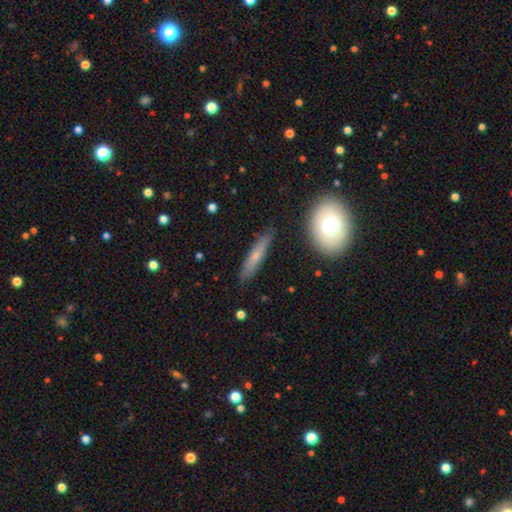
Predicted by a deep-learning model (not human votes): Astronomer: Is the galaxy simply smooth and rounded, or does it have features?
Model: smooth — 54% (runner-up: featured or disk, 38%).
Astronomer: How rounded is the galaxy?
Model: cigar-shaped — 82%.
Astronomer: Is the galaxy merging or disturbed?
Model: none — 86%.